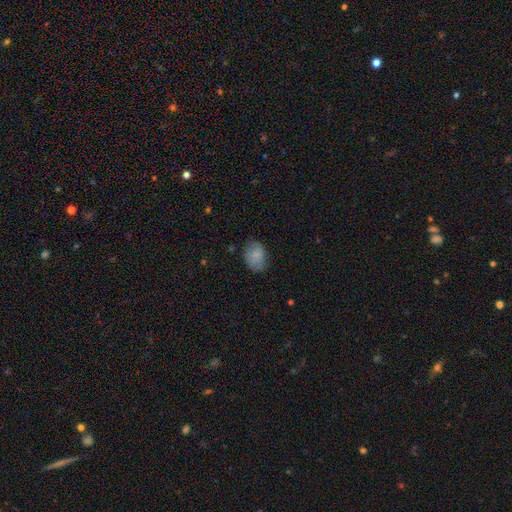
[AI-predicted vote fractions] Smooth or featured: smooth — 77% (featured or disk — 15%)
How rounded: in between — 68% (round — 31%)
Merging: none — 68% (minor disturbance — 24%)